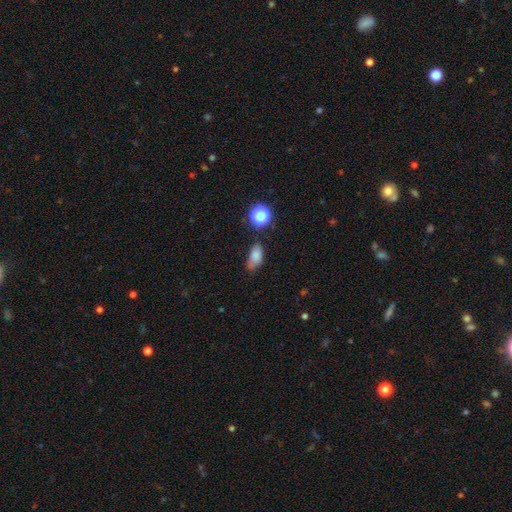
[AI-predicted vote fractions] Morphology: type=smooth (81%); roundness=in between (86%); merging=none (62%).